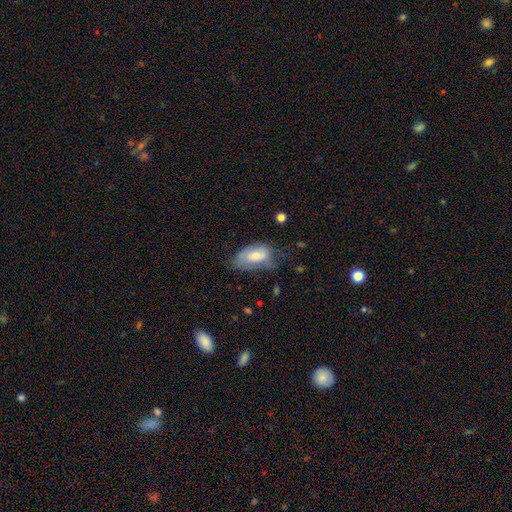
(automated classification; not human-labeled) Morphology: type=smooth (69%); roundness=in between (93%); merging=minor disturbance (36%).